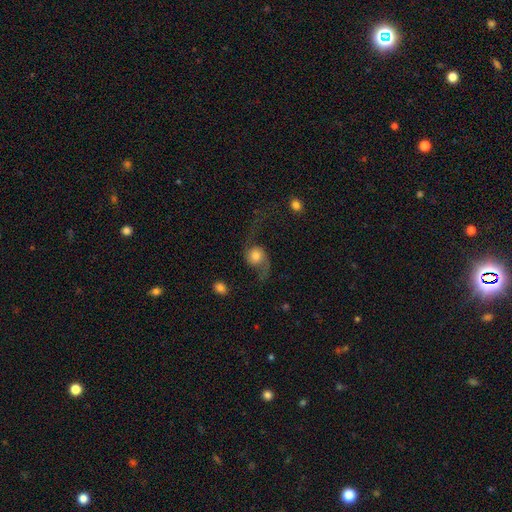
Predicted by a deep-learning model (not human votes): Q: Smooth or featured?
A: featured or disk (60%); runner-up: smooth (32%)
Q: Edge-on disk?
A: no (95%); runner-up: yes (5%)
Q: Bar?
A: no (75%); runner-up: weak (21%)
Q: Spiral arms?
A: yes (90%); runner-up: no (10%)
Q: Spiral winding?
A: loose (83%); runner-up: medium (14%)
Q: Spiral arm count?
A: 2 (79%); runner-up: 1 (16%)
Q: Bulge size?
A: moderate (53%); runner-up: large (24%)
Q: Merging?
A: none (41%); runner-up: major disturbance (37%)